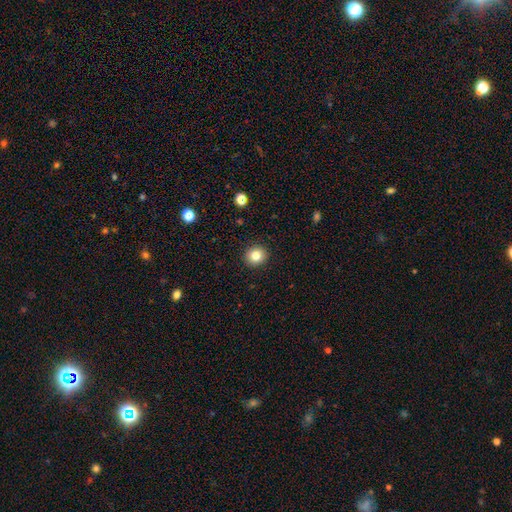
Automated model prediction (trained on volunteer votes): Q: Smooth or featured?
A: smooth (82%); runner-up: star or artifact (11%)
Q: How rounded?
A: round (90%); runner-up: in between (9%)
Q: Merging?
A: none (92%); runner-up: minor disturbance (5%)